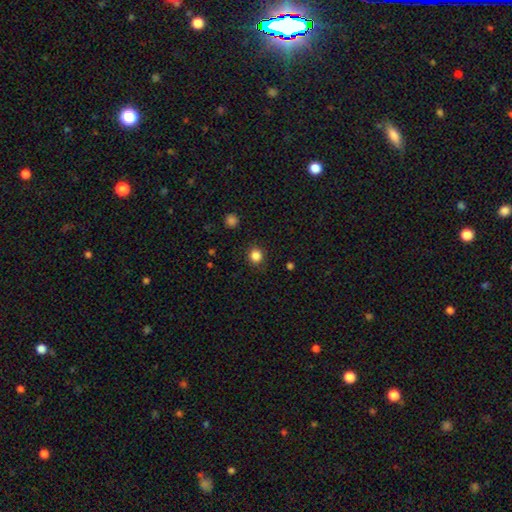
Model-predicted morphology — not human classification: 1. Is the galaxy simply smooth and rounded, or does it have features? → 84% smooth, 12% star or artifact, 4% featured or disk.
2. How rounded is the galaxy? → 87% round, 12% in between, 1% cigar-shaped.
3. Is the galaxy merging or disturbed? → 89% none, 7% minor disturbance, 2% major disturbance, 1% merger.